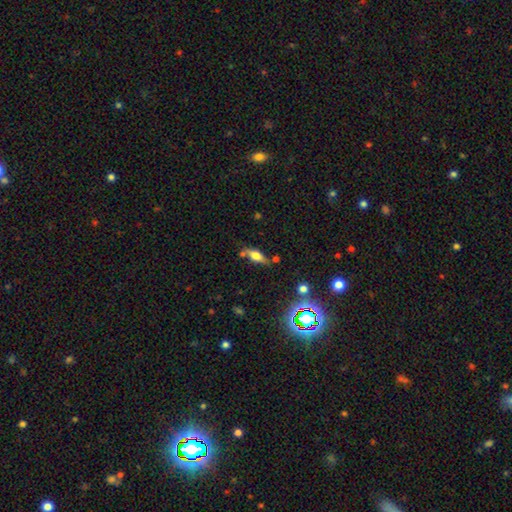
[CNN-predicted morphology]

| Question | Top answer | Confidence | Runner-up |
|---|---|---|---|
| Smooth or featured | smooth | 54% | featured or disk (34%) |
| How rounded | in between | 67% | cigar-shaped (29%) |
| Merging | none | 66% | minor disturbance (18%) |